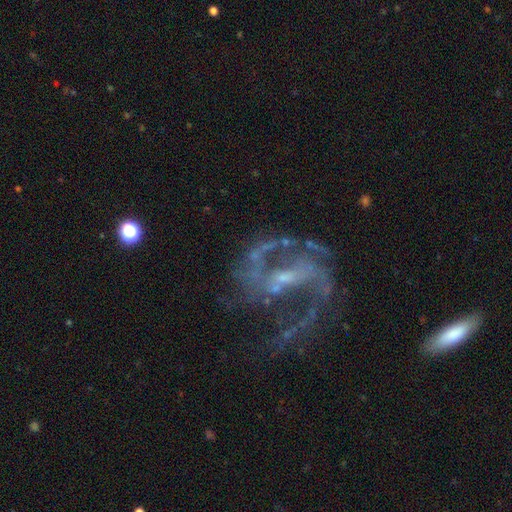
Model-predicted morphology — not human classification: This is clearly a featured or disk galaxy (87%). It is clearly not viewed edge-on (98%). Bar: possibly weak (45%). Spiral arm pattern: clearly yes (92%). Spiral arm count: likely 2 (74%). Spiral winding: possibly medium (48%). Central bulge: likely small (61%). Merging: possibly none (51%).